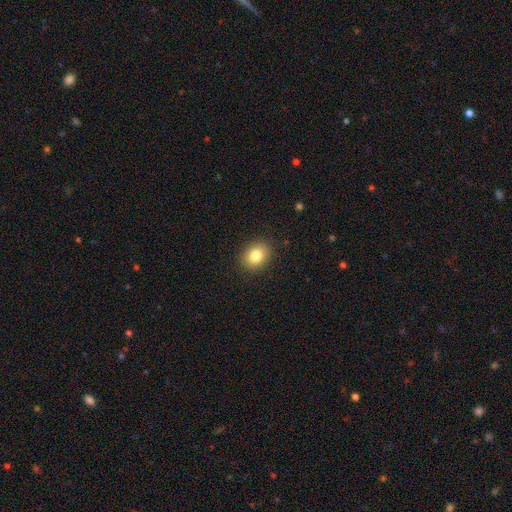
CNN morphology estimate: This appears to be a smooth galaxy with no disk features (82%) that is round (51%). Merging: none (89%).